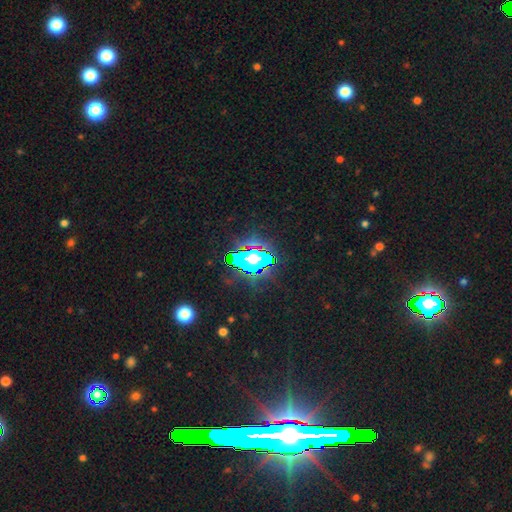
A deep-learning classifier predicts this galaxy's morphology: star or artifact 82%, featured or disk 9%, smooth 9%.